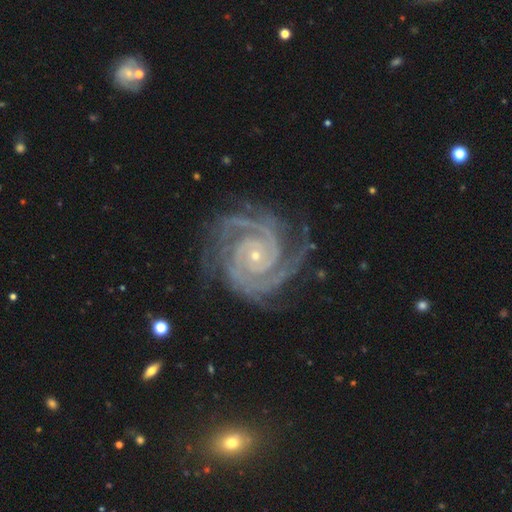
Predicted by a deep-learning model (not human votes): featured or disk 93%, star or artifact 5%, smooth 2%. Down the decision tree: edge-on disk — no (98%); bar — no (70%); spiral arms — yes (99%); spiral arm count — 2 (53%); spiral winding — tight (80%); bulge size — small (84%); merging — none (76%).